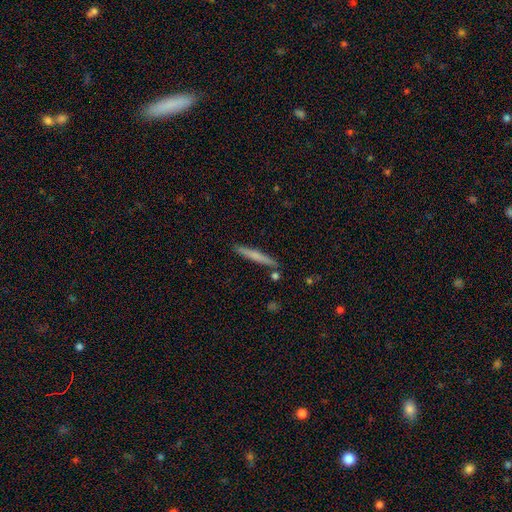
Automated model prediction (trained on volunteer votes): Smooth or featured: smooth — 57% (featured or disk — 37%)
How rounded: cigar-shaped — 96% (in between — 3%)
Merging: none — 87% (minor disturbance — 8%)